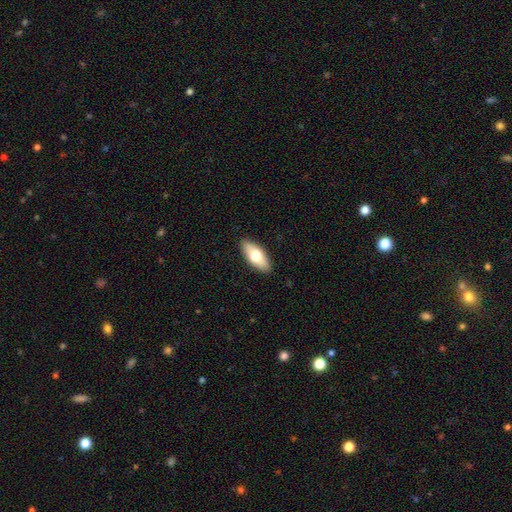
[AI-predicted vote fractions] Smooth or featured? smooth (67%)
How rounded? in between (81%)
Merging? none (89%)